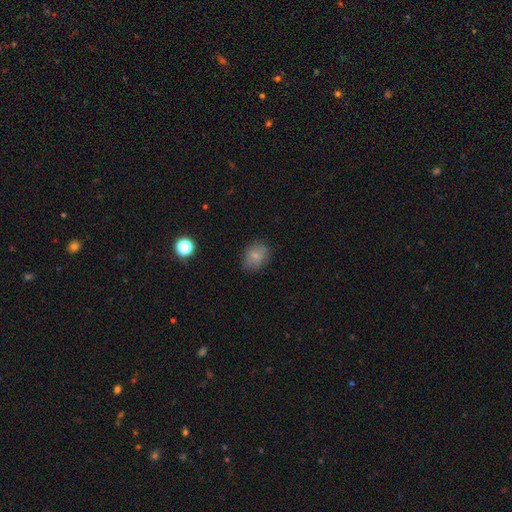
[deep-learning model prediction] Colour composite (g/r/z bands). It shows a smooth galaxy with no disk features (77%) that is in between round and cigar-shaped (61%). Merging: none (76%).